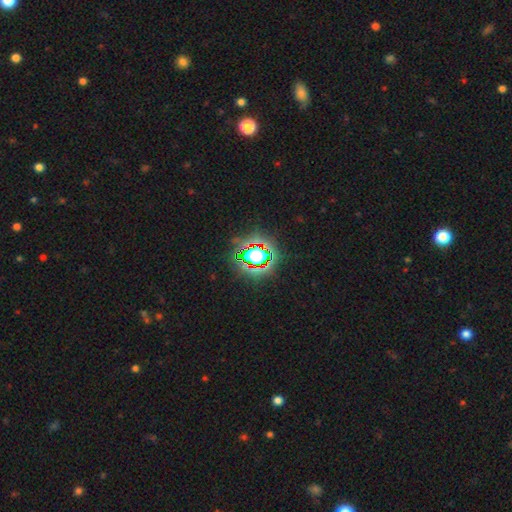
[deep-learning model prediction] Smooth or featured? Predicted: star or artifact (p=0.66).